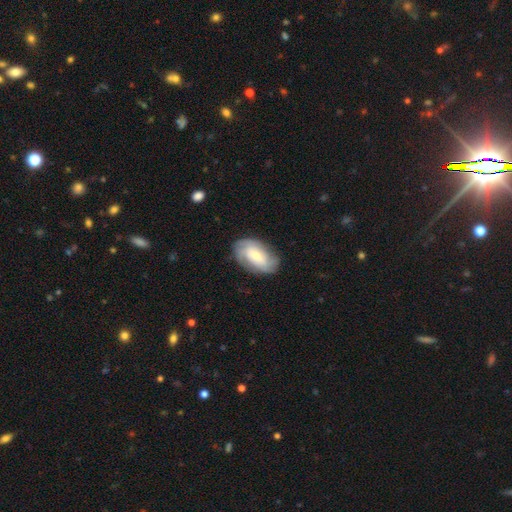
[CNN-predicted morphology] smooth-or-featured: featured or disk: 56% | smooth: 38% | star or artifact: 6%
  disk-edge-on: no: 95% | yes: 5%
    bar: no: 55% | weak: 35% | strong: 10%
    has-spiral-arms: yes: 83% | no: 17%
    bulge-size: small: 47% | moderate: 42% | large: 7% | none: 3% | dominant: 2%
  merging: none: 74% | minor disturbance: 19% | major disturbance: 6% | merger: 1%